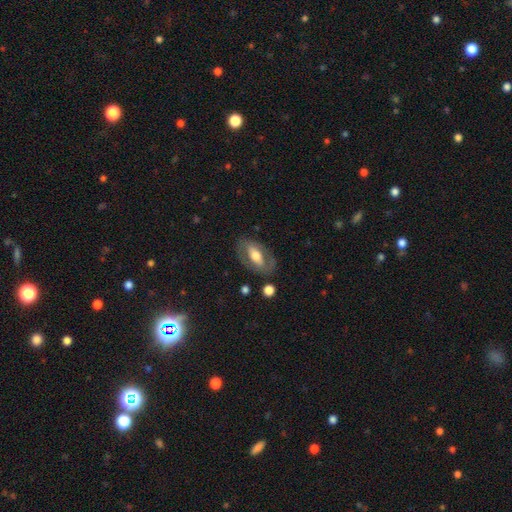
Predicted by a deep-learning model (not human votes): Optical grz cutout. It shows a featured or disk galaxy (55%). Merging: none (76%).